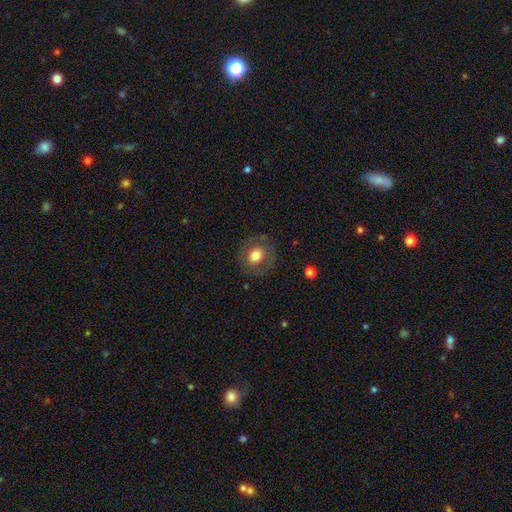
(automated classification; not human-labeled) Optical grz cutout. It shows a smooth galaxy with no disk features (67%) that is round (76%). Merging: none (82%).